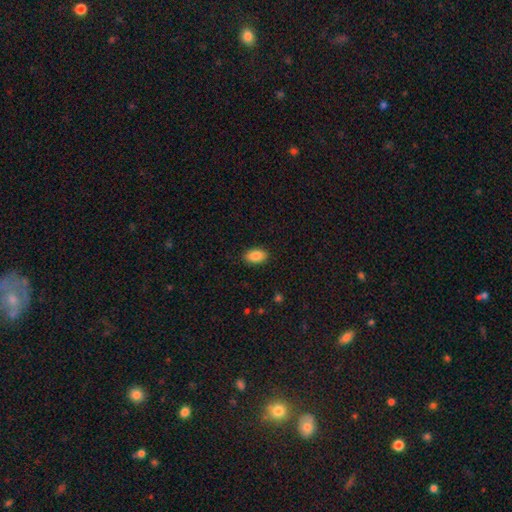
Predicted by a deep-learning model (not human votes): smooth 88%, star or artifact 7%, featured or disk 5%. Down the decision tree: how rounded — in between (93%); merging — none (88%).